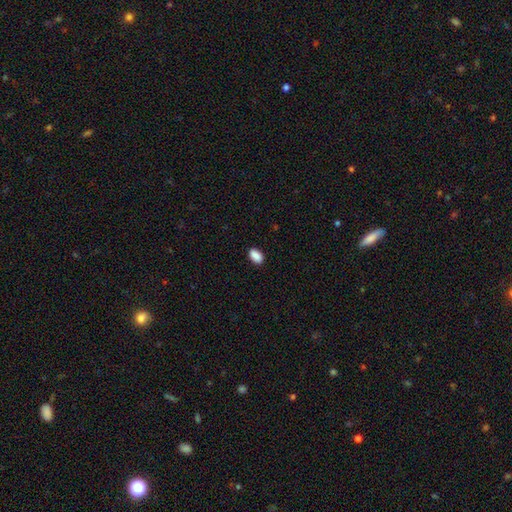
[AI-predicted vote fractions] Morphology: type=smooth (89%); roundness=in between (90%); merging=none (87%).